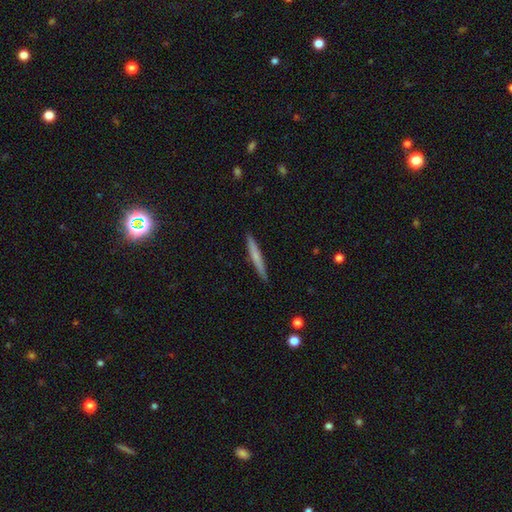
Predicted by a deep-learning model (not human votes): Smooth or featured? smooth (62%)
How rounded? cigar-shaped (96%)
Merging? none (91%)